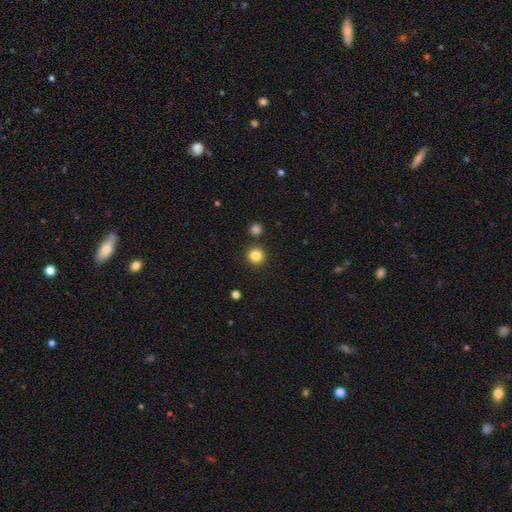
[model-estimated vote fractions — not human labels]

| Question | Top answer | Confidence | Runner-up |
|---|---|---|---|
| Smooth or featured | smooth | 84% | star or artifact (12%) |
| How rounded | round | 94% | in between (5%) |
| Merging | none | 89% | minor disturbance (5%) |